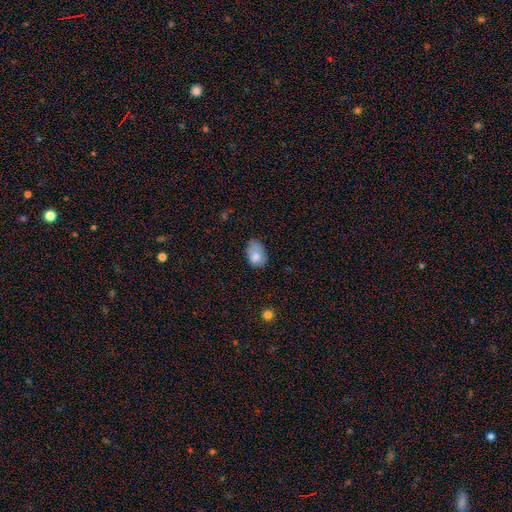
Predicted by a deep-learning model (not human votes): A smooth galaxy with no disk features (81%) that is in between round and cigar-shaped (84%).

Vote fractions:
- Smooth or featured? smooth: 81% / featured or disk: 11% / star or artifact: 8%
- How rounded? in between: 84% / round: 14% / cigar-shaped: 1%
- Merging? none: 54% / minor disturbance: 34% / major disturbance: 9% / merger: 2%